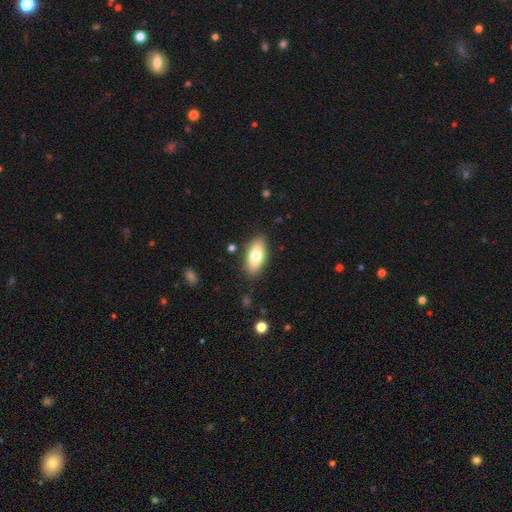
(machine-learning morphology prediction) smooth 76%, featured or disk 18%, star or artifact 7%. Down the decision tree: how rounded — in between (85%); merging — none (85%).